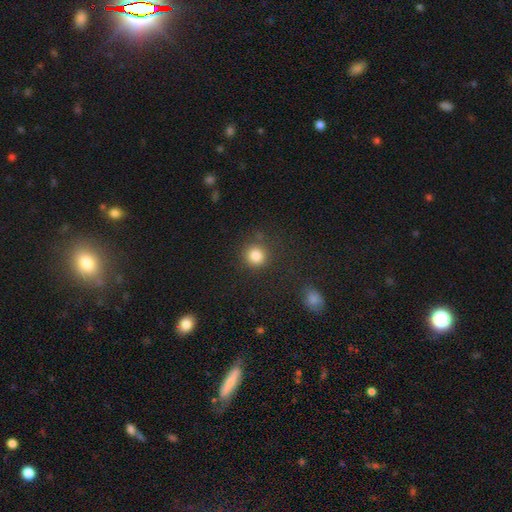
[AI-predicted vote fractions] This is clearly a smooth galaxy (85%). How rounded: clearly round (90%). Merging: clearly none (83%).